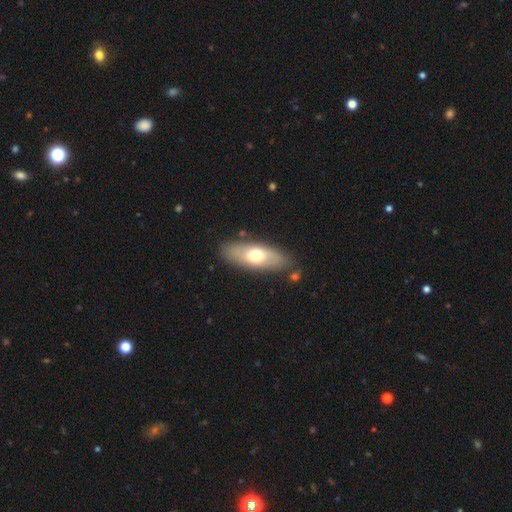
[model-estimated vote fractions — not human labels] Morphology: type=smooth (62%); roundness=in between (71%); merging=none (83%).